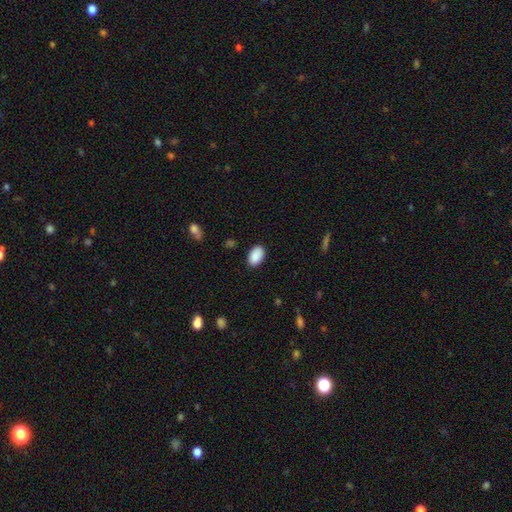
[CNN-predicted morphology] A smooth galaxy with no disk features (90%) that is in between round and cigar-shaped (92%).

Vote fractions:
- Smooth or featured? smooth: 90% / star or artifact: 7% / featured or disk: 3%
- How rounded? in between: 92% / round: 7% / cigar-shaped: 1%
- Merging? none: 87% / minor disturbance: 10% / major disturbance: 2% / merger: 1%